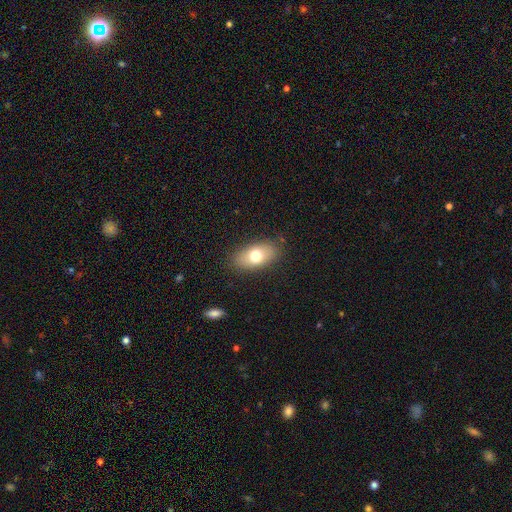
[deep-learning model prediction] Smooth or featured? Predicted: smooth (p=0.71). How rounded? Predicted: in between (p=0.89). Merging? Predicted: none (p=0.84).